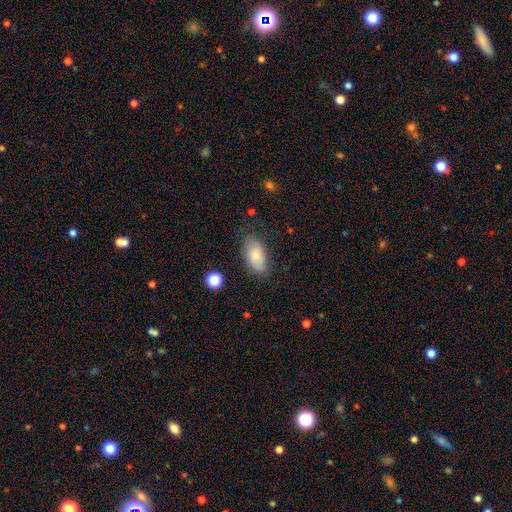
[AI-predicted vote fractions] Overall: smooth (71%). How rounded: in between (93%). Merging: none (77%).